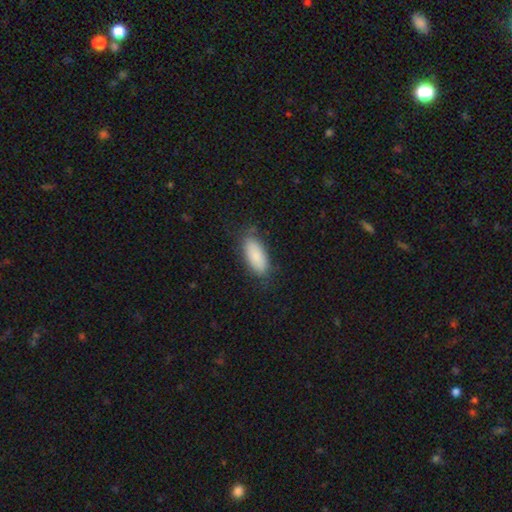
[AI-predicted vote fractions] The model was most divided on "merging": none: 78%, minor disturbance: 16%, major disturbance: 4%, merger: 1%. More confident: smooth or featured — smooth (87%); how rounded — in between (85%).